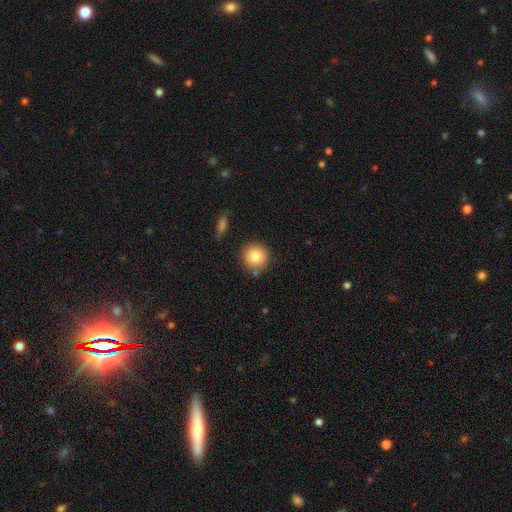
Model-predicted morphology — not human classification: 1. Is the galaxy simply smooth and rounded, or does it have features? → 85% smooth, 8% star or artifact, 7% featured or disk.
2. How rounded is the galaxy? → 93% round, 6% in between, 1% cigar-shaped.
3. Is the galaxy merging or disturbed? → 80% none, 11% minor disturbance, 6% merger, 3% major disturbance.